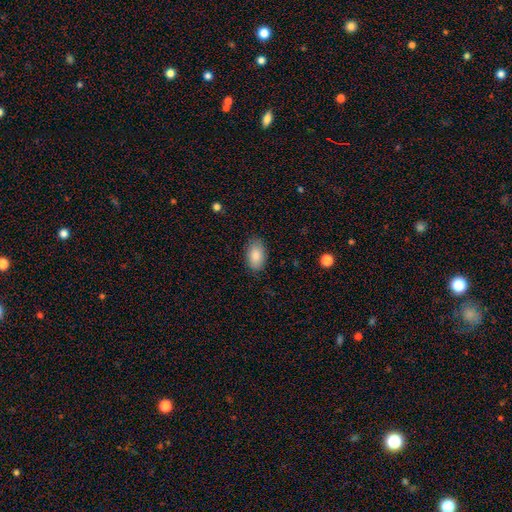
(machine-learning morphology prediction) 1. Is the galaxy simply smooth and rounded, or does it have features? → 86% smooth, 7% featured or disk, 7% star or artifact.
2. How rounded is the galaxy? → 93% in between, 5% round, 2% cigar-shaped.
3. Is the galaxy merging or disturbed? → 86% none, 11% minor disturbance, 3% major disturbance, 1% merger.